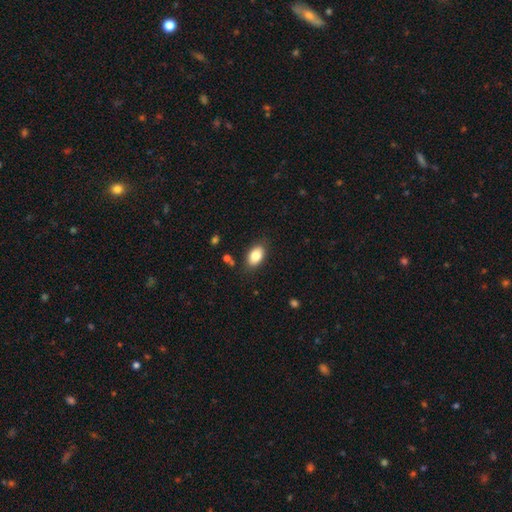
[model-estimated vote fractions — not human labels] A smooth galaxy with no disk features (83%) that is in between round and cigar-shaped (91%). Merging: none (84%).